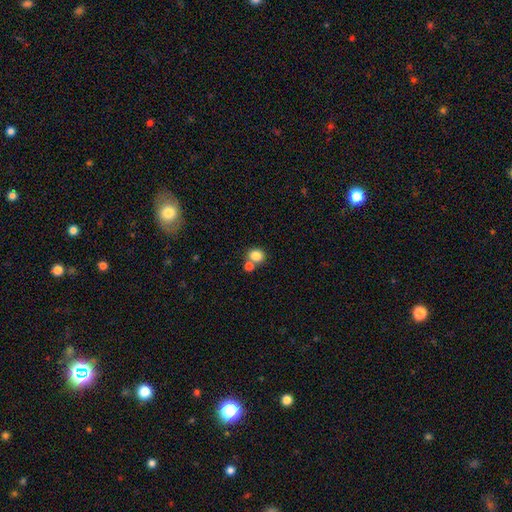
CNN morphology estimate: Smooth or featured? smooth (84%)
How rounded? round (67%)
Merging? none (56%)